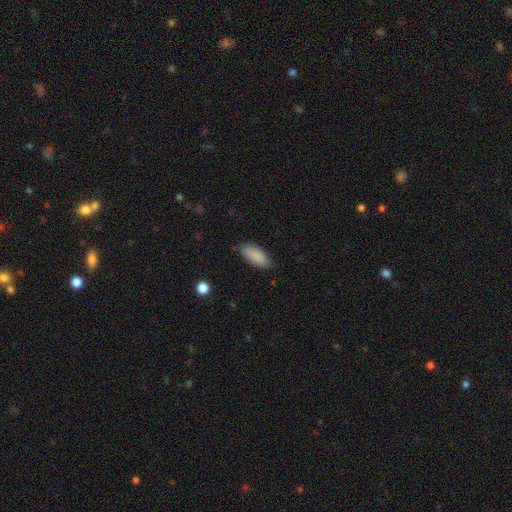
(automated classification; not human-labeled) smooth 87%, featured or disk 7%, star or artifact 6%. Down the decision tree: how rounded — in between (85%); merging — none (77%).